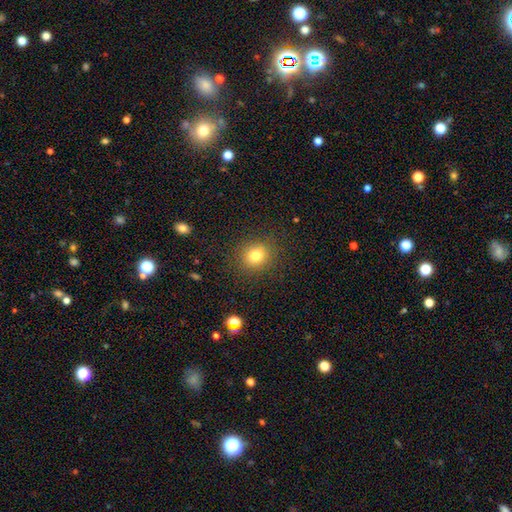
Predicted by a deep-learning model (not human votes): smooth_or_featured: smooth (p=0.79) [alt: star or artifact p=0.13]
how_rounded: round (p=0.78) [alt: in between p=0.21]
merging: none (p=0.87) [alt: minor disturbance p=0.08]